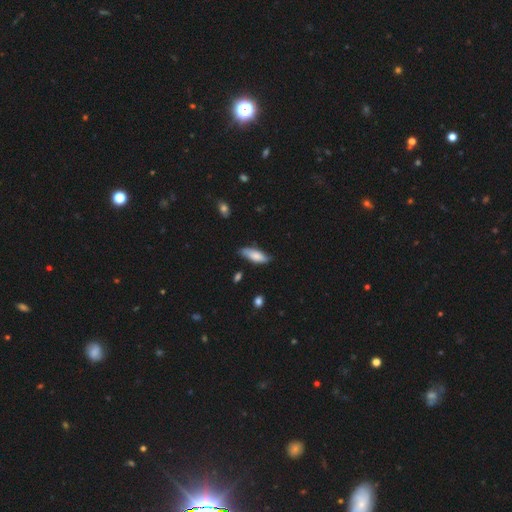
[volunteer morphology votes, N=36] A smooth galaxy with no disk features (78%) that is in between round and cigar-shaped (68%).

Vote fractions:
- Smooth or featured? smooth: 78% / featured or disk: 17% / star or artifact: 6%
- How rounded? in between: 68% / cigar-shaped: 32% / round: 0%
- Merging? none: 74% / minor disturbance: 18% / merger: 9% / major disturbance: 0%